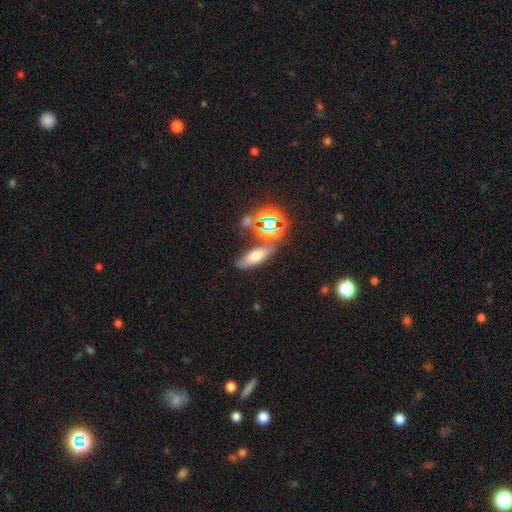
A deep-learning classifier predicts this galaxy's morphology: A smooth galaxy with no disk features (59%) that is in between round and cigar-shaped (66%). Merging: none (68%).